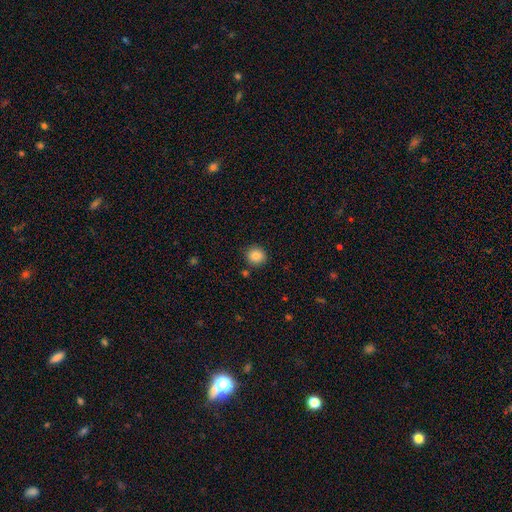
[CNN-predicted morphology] smooth-or-featured: smooth: 85% | star or artifact: 10% | featured or disk: 5%
  how-rounded: round: 91% | in between: 8% | cigar-shaped: 1%
  merging: none: 86% | minor disturbance: 9% | merger: 3% | major disturbance: 2%